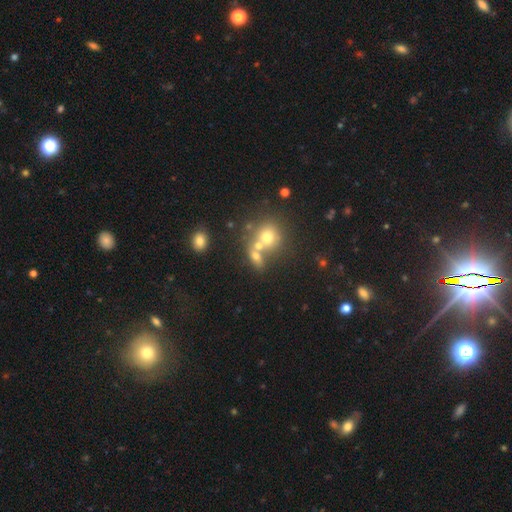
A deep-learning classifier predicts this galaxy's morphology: smooth-or-featured: smooth: 65% | featured or disk: 20% | star or artifact: 15%
  how-rounded: round: 49% | in between: 46% | cigar-shaped: 5%
  merging: merger: 50% | none: 35% | minor disturbance: 9% | major disturbance: 5%